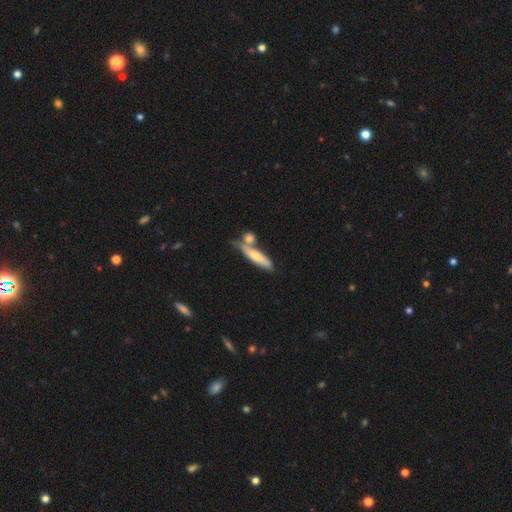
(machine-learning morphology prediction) A smooth galaxy with no disk features (59%) that is cigar-shaped (74%). Merging: none (45%).